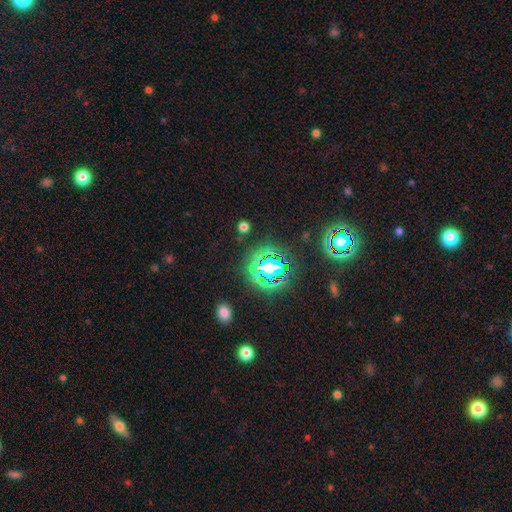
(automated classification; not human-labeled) Smooth or featured? star or artifact (73%)